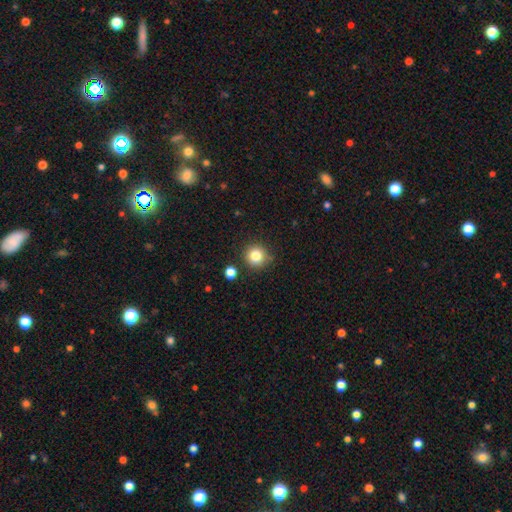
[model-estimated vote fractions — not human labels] smooth-or-featured: smooth: 83% | star or artifact: 12% | featured or disk: 5%
  how-rounded: round: 93% | in between: 6% | cigar-shaped: 1%
  merging: none: 85% | minor disturbance: 9% | merger: 4% | major disturbance: 3%